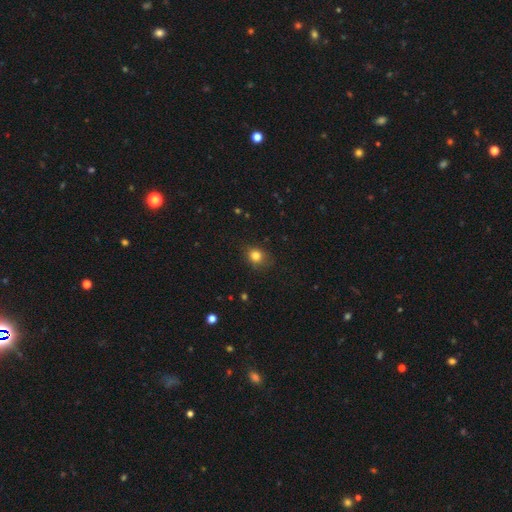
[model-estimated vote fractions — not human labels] Overall: smooth (81%). How rounded: round (66%; in between 33%). Merging: none (77%).